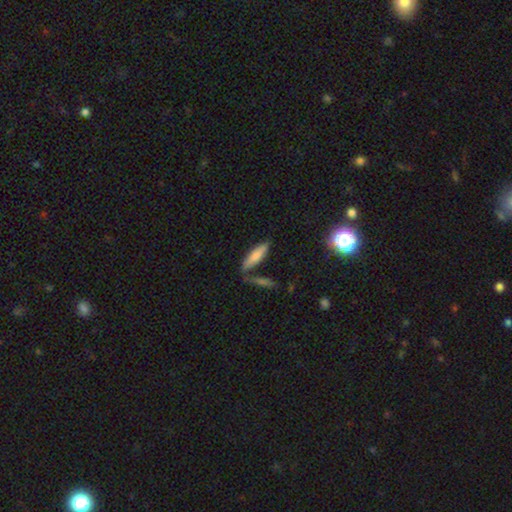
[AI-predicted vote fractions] Smooth or featured? smooth (74%)
How rounded? cigar-shaped (62%)
Merging? none (66%)